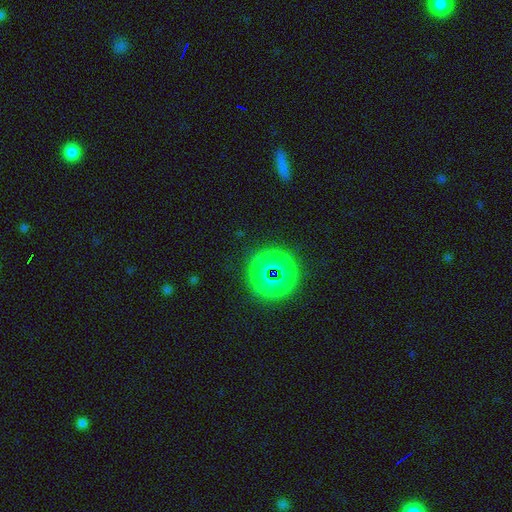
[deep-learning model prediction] Smooth or featured: star or artifact — 73% (smooth — 18%)